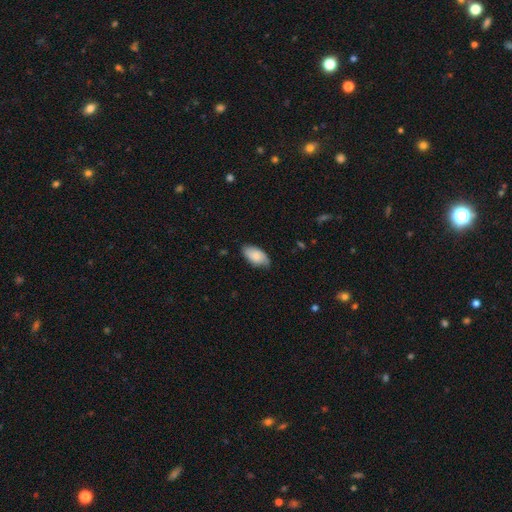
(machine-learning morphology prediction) smooth 78%, featured or disk 15%, star or artifact 6%. Down the decision tree: how rounded — in between (94%); merging — none (74%).